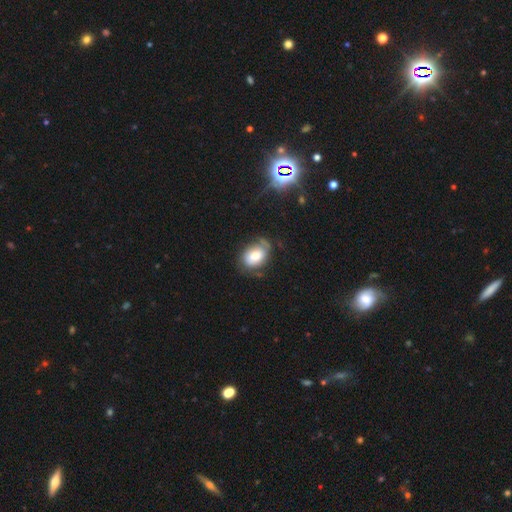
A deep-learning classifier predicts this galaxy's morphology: smooth-or-featured: smooth: 65% | featured or disk: 26% | star or artifact: 9%
  how-rounded: in between: 74% | round: 25% | cigar-shaped: 1%
  merging: none: 54% | minor disturbance: 30% | major disturbance: 13% | merger: 3%